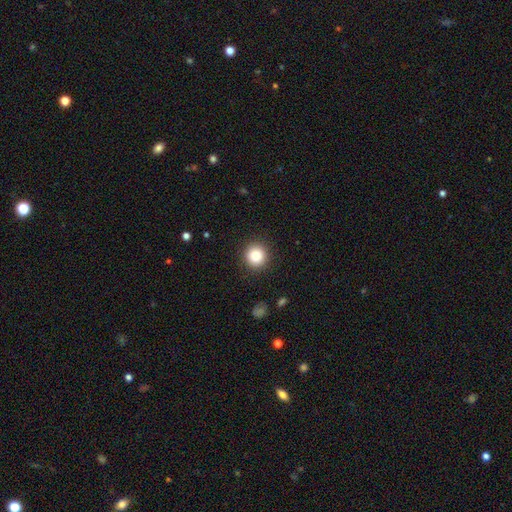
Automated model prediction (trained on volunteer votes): smooth 86%, star or artifact 10%, featured or disk 5%. Down the decision tree: how rounded — round (94%); merging — none (91%).